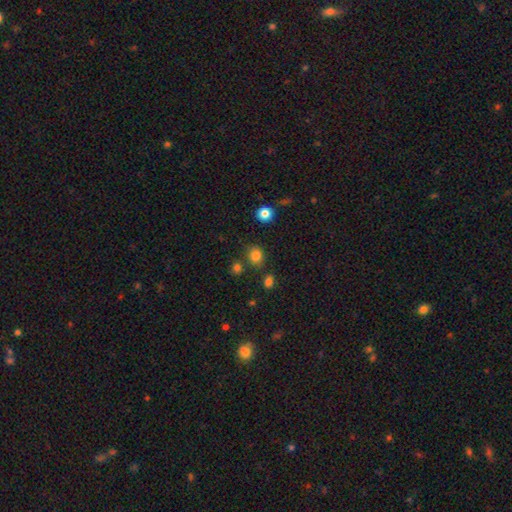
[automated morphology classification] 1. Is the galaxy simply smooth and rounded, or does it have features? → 80% smooth, 15% star or artifact, 5% featured or disk.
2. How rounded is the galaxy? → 74% round, 25% in between, 1% cigar-shaped.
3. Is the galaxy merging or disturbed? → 78% none, 11% minor disturbance, 7% merger, 4% major disturbance.